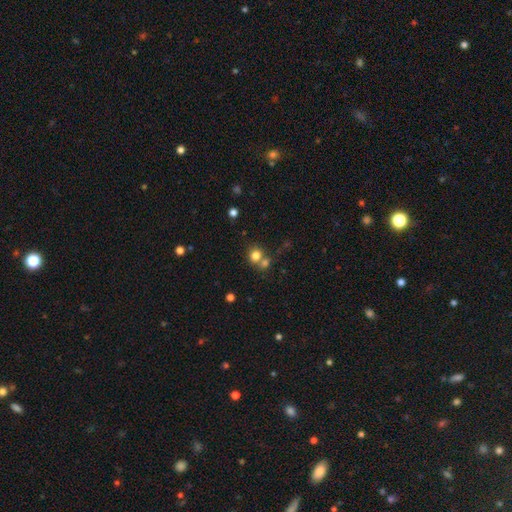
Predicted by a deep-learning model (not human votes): A smooth galaxy with no disk features (78%) that is round (81%).

Vote fractions:
- Smooth or featured? smooth: 78% / star or artifact: 13% / featured or disk: 9%
- How rounded? round: 81% / in between: 18% / cigar-shaped: 1%
- Merging? none: 51% / merger: 37% / minor disturbance: 8% / major disturbance: 4%